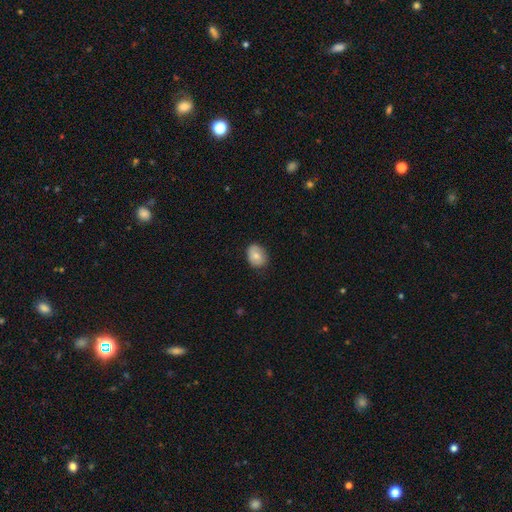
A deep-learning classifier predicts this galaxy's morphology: Smooth or featured? Predicted: smooth (p=0.76). How rounded? Predicted: in between (p=0.65). Merging? Predicted: none (p=0.77).